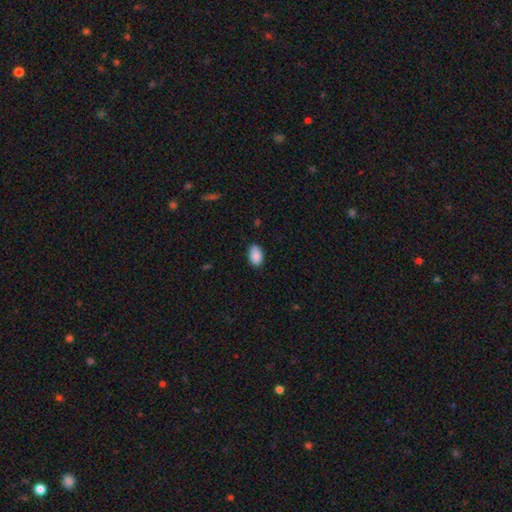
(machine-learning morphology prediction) Smooth or featured? smooth (89%)
How rounded? in between (92%)
Merging? none (81%)